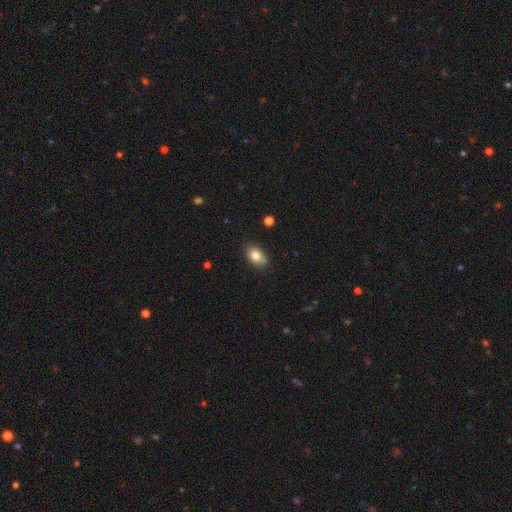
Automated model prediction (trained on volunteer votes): Smooth or featured?
  - smooth: 80% *
  - featured or disk: 10%
  - star or artifact: 9%
How rounded?
  - in between: 78% *
  - round: 21%
  - cigar-shaped: 1%
Merging?
  - none: 74% *
  - minor disturbance: 17%
  - merger: 5%
  - major disturbance: 3%